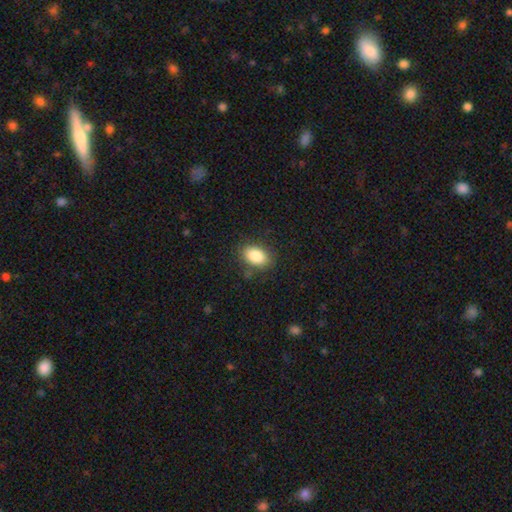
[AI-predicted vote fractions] smooth 86%, star or artifact 8%, featured or disk 6%. Down the decision tree: how rounded — in between (88%); merging — none (83%).